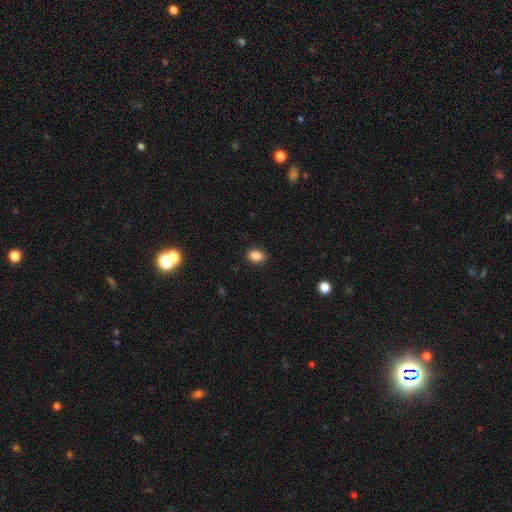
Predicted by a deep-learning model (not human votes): This is clearly a smooth galaxy (87%). How rounded: likely in between (80%). Merging: clearly none (89%).